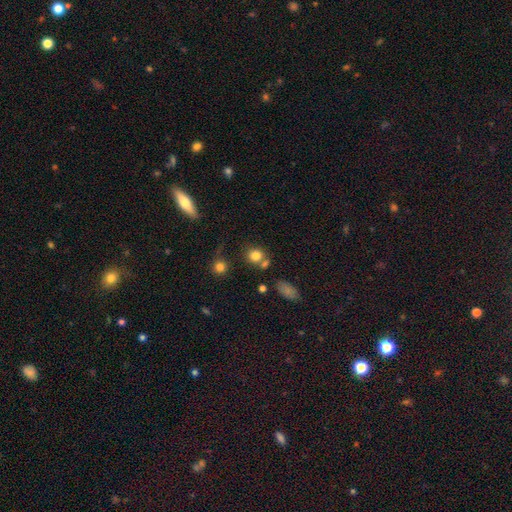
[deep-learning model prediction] Smooth or featured?
  - smooth: 80% *
  - star or artifact: 12%
  - featured or disk: 8%
How rounded?
  - round: 78% *
  - in between: 21%
  - cigar-shaped: 1%
Merging?
  - none: 61% *
  - merger: 22%
  - minor disturbance: 12%
  - major disturbance: 5%